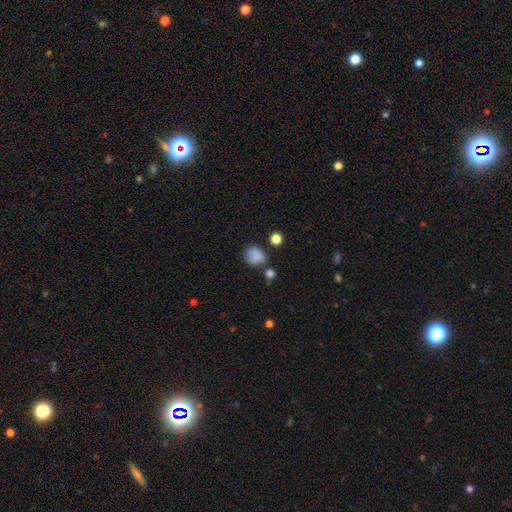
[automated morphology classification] Smooth or featured? Predicted: smooth (p=0.82). How rounded? Predicted: round (p=0.71). Merging? Predicted: none (p=0.65).